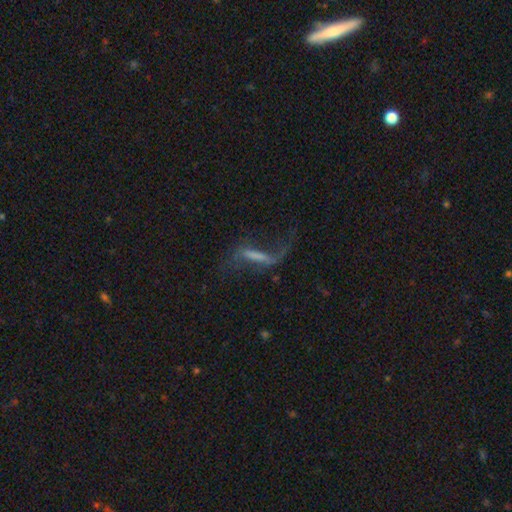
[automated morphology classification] This is likely a featured or disk galaxy (69%). It is likely not viewed edge-on (80%). Bar: possibly strong (57%). Spiral arm pattern: clearly yes (84%). Central bulge: possibly none (58%). Merging: possibly none (48%).